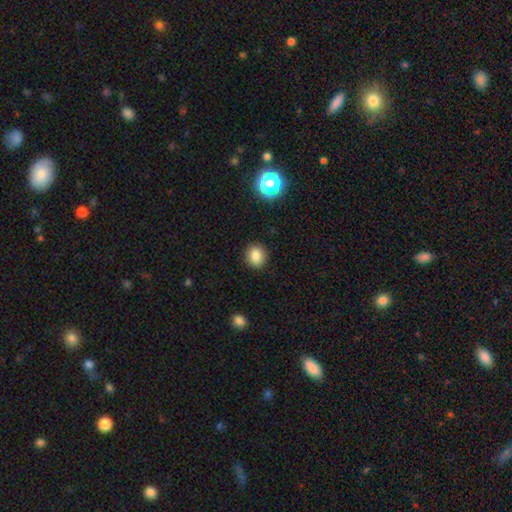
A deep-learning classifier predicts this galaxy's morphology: The model was most divided on "how rounded": round: 70%, in between: 29%, cigar-shaped: 1%. More confident: merging — none (90%); smooth or featured — smooth (84%).